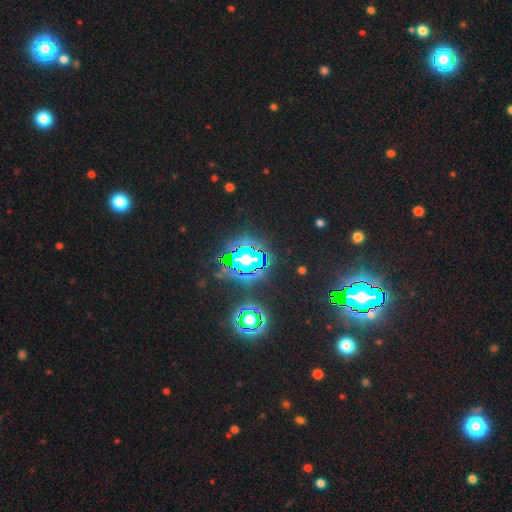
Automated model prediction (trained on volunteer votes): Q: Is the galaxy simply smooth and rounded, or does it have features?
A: star or artifact — 81%.